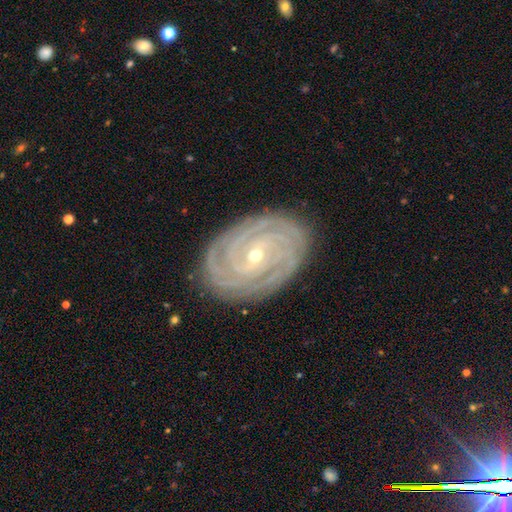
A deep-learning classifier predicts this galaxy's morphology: Smooth or featured? featured or disk (92%)
Edge-on disk? no (97%)
Bar? no (45%)
Spiral arms? yes (99%)
Spiral winding? tight (88%)
Spiral arm count? 3 (28%)
Bulge size? small (60%)
Merging? none (85%)